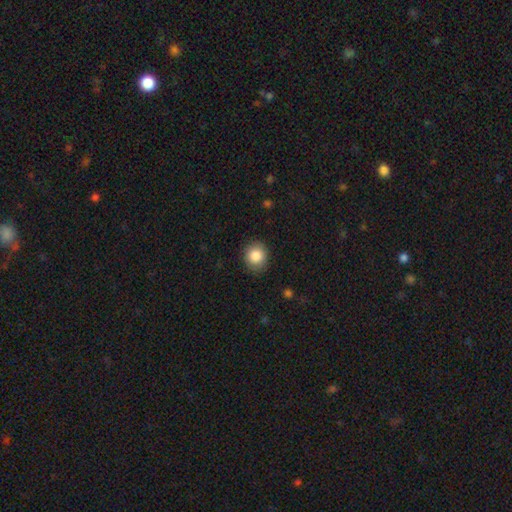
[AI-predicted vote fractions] The model was most divided on "how rounded": round: 75%, in between: 24%, cigar-shaped: 1%. More confident: smooth or featured — smooth (86%); merging — none (85%).